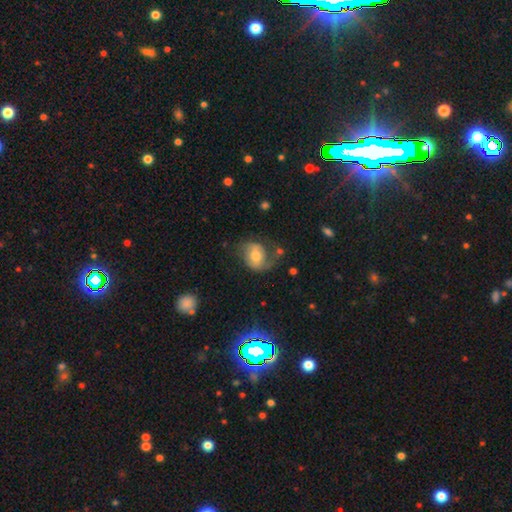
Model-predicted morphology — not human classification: Smooth or featured? Predicted: featured or disk (p=0.53). Edge-on disk? Predicted: no (p=0.96). Bar? Predicted: no (p=0.51). Spiral arms? Predicted: yes (p=0.78). Bulge size? Predicted: moderate (p=0.69). Merging? Predicted: none (p=0.50).